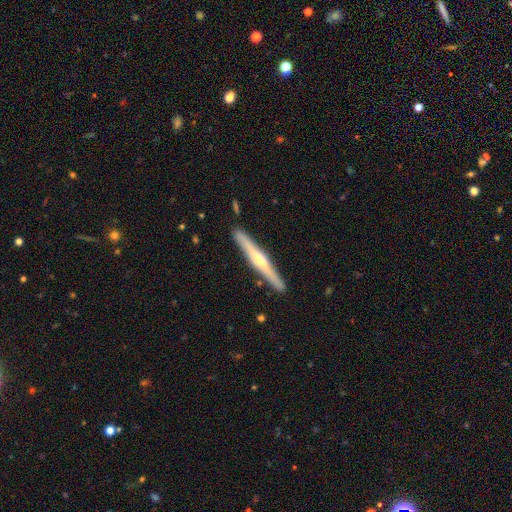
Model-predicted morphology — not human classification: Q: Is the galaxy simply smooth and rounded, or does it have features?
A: featured or disk — 69%.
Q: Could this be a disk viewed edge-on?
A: yes — 97%.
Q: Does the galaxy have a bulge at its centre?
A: rounded — 80%.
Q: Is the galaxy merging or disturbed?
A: none — 90%.